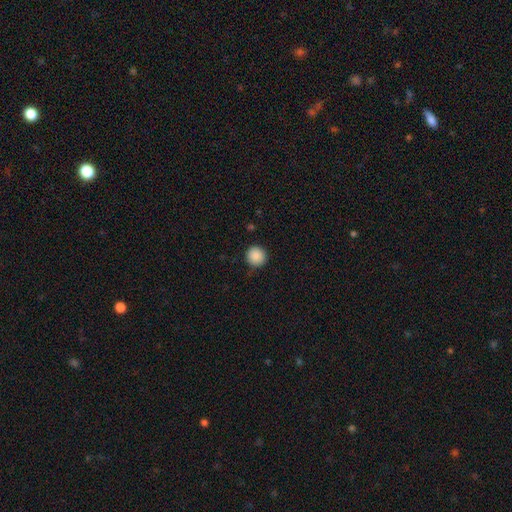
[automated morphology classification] Smooth or featured: smooth — 89% (star or artifact — 9%)
How rounded: round — 95% (in between — 5%)
Merging: none — 88% (minor disturbance — 8%)